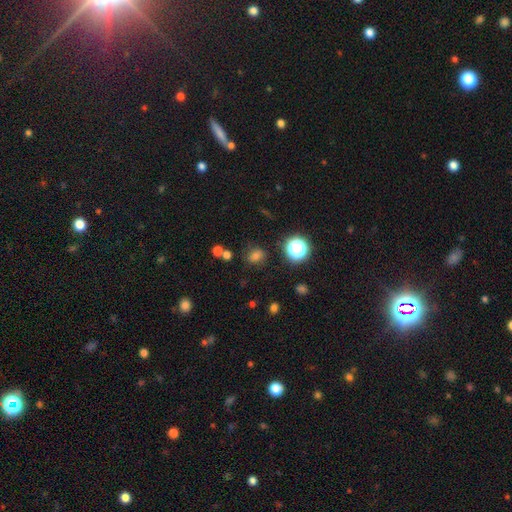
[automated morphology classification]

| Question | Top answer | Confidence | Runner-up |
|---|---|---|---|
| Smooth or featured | smooth | 68% | star or artifact (24%) |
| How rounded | round | 60% | in between (39%) |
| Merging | none | 78% | minor disturbance (13%) |